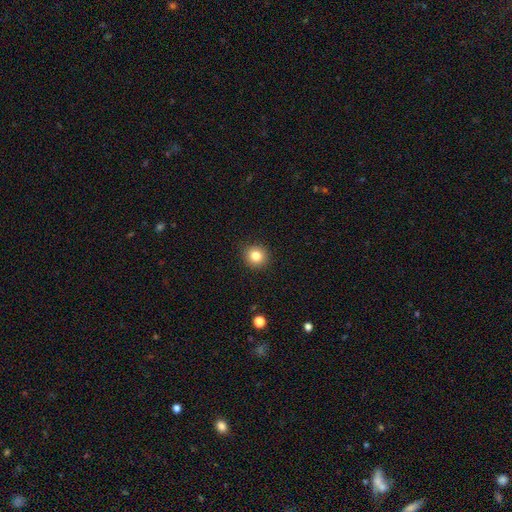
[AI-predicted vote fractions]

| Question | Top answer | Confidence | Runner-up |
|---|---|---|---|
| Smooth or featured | smooth | 83% | star or artifact (11%) |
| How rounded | round | 92% | in between (7%) |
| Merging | none | 91% | minor disturbance (6%) |